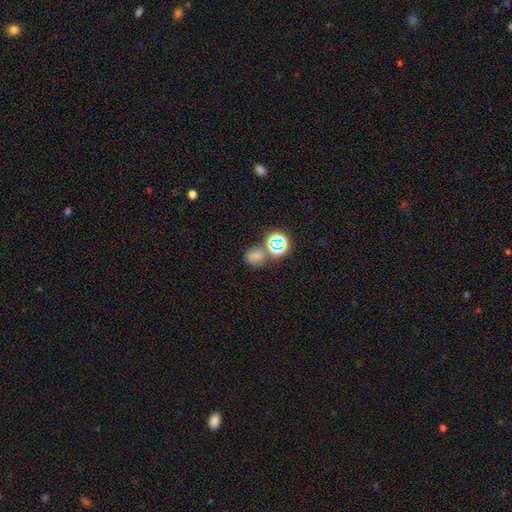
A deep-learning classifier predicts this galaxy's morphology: A smooth galaxy with no disk features (63%) that is round (62%). Merging: none (61%).